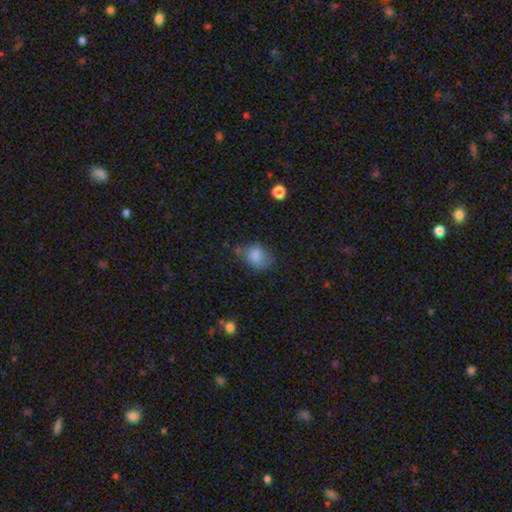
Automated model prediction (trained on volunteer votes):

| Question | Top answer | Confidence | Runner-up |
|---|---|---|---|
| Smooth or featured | smooth | 80% | featured or disk (11%) |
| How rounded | in between | 57% | round (42%) |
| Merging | none | 51% | minor disturbance (32%) |